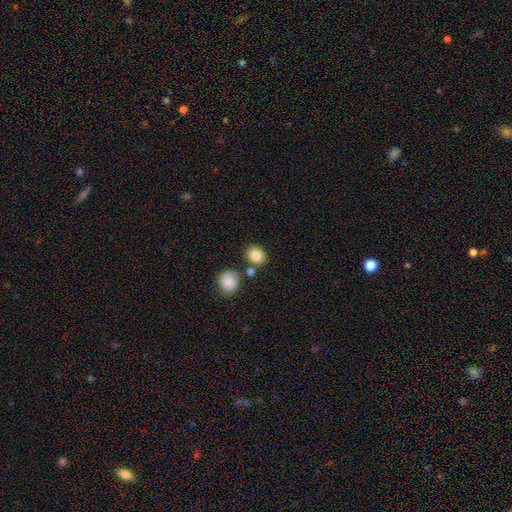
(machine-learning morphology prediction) The model was most divided on "how rounded": round: 61%, in between: 38%, cigar-shaped: 1%. More confident: smooth or featured — smooth (81%); merging — none (74%).